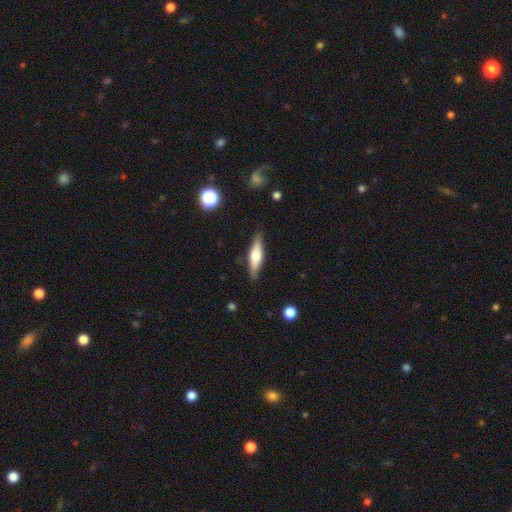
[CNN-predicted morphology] This appears to be a featured or disk galaxy (47%, tied with smooth). Merging: none (85%).